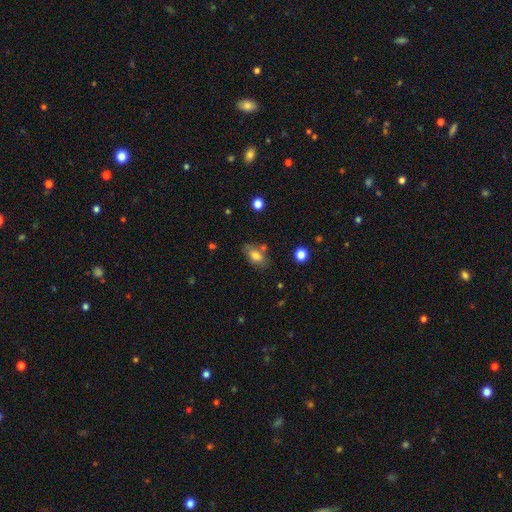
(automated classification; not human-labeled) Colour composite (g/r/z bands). It shows a smooth galaxy with no disk features (73%) that is in between round and cigar-shaped (87%). Merging: none (67%).